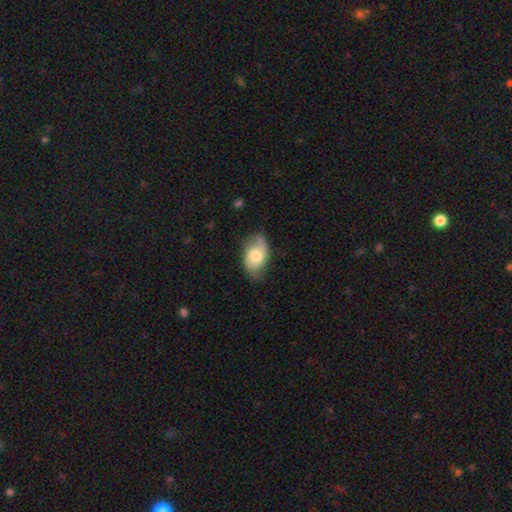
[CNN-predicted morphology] smooth_or_featured: featured or disk (p=0.48) [alt: smooth p=0.46]
merging: none (p=0.60) [alt: minor disturbance p=0.29]